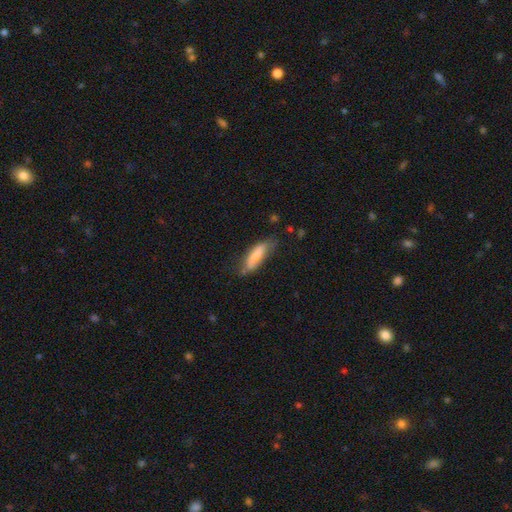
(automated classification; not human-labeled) The model was most divided on "how rounded" (2-way tie): cigar-shaped: 49%, in between: 49%, round: 2%. More confident: smooth or featured — smooth (74%); merging — none (50%).